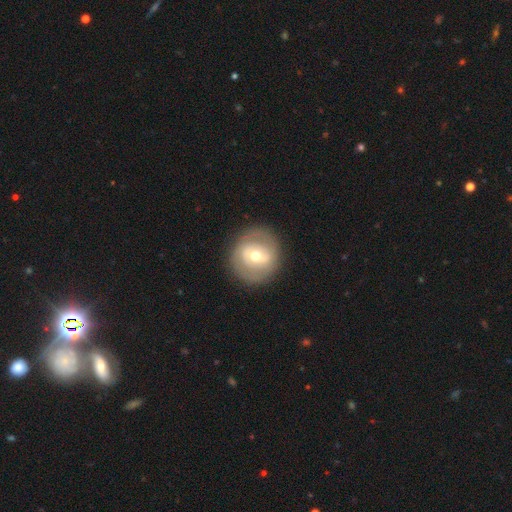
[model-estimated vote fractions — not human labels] Q: Smooth or featured?
A: featured or disk (54%); runner-up: smooth (40%)
Q: Edge-on disk?
A: no (96%); runner-up: yes (4%)
Q: Bar?
A: no (43%); runner-up: weak (38%)
Q: Spiral arms?
A: no (63%); runner-up: yes (37%)
Q: Bulge size?
A: moderate (72%); runner-up: small (18%)
Q: Merging?
A: none (83%); runner-up: minor disturbance (10%)